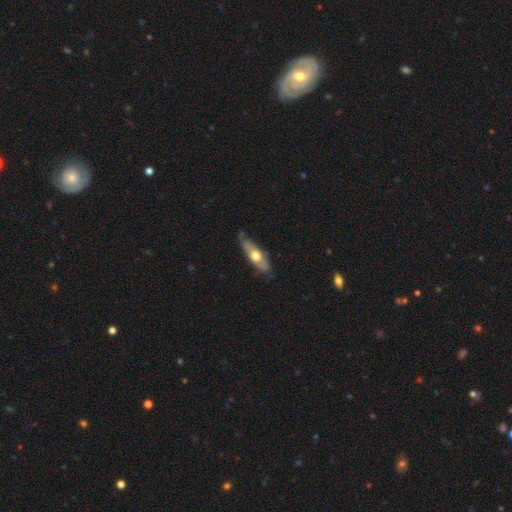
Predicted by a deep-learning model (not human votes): Smooth or featured? Predicted: featured or disk (p=0.48). Merging? Predicted: none (p=0.69).